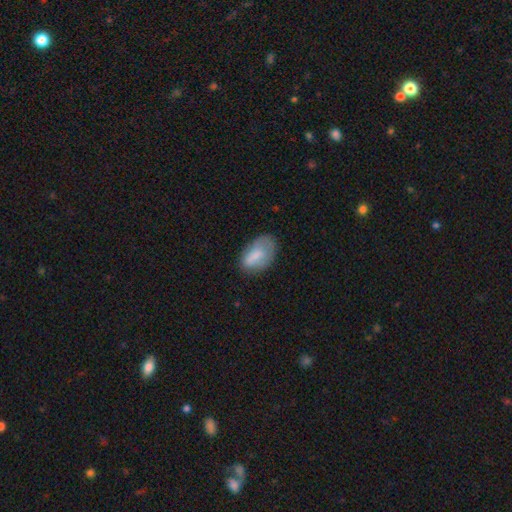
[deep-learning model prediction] This is likely a smooth galaxy (76%). How rounded: clearly in between (92%). Merging: possibly none (59%).